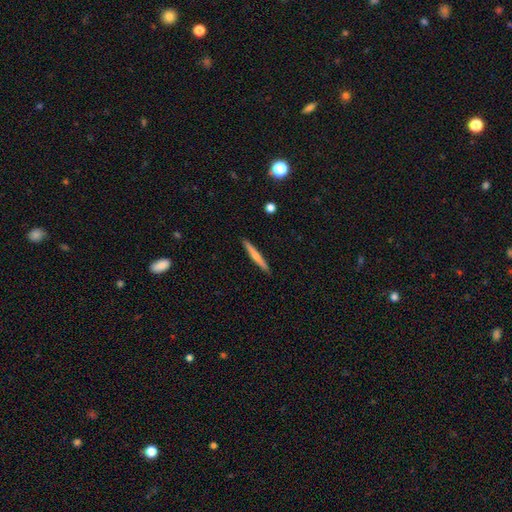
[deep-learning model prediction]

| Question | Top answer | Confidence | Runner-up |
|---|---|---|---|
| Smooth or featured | smooth | 55% | featured or disk (39%) |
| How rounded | cigar-shaped | 96% | in between (3%) |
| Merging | none | 91% | minor disturbance (6%) |